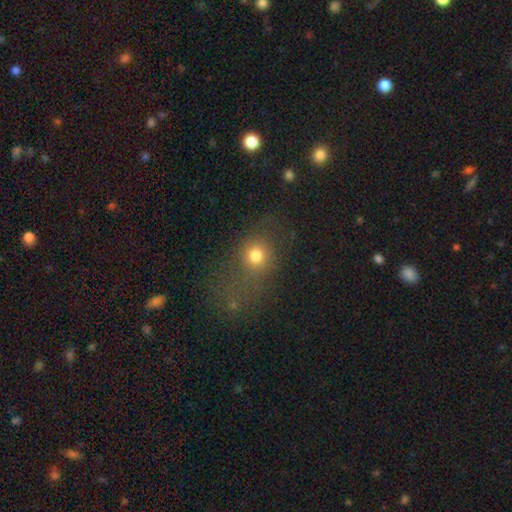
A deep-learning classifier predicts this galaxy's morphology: Smooth or featured? smooth (70%)
How rounded? round (64%)
Merging? none (53%)